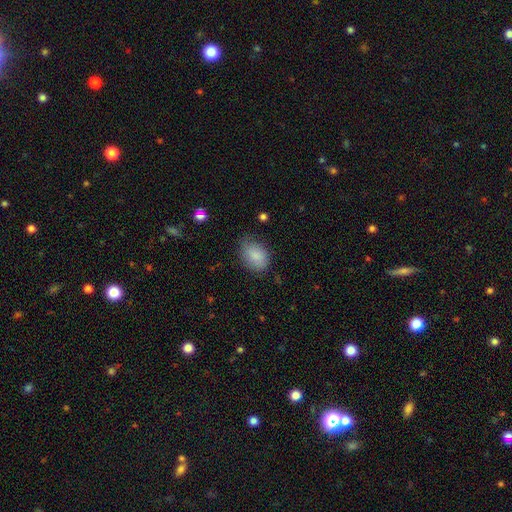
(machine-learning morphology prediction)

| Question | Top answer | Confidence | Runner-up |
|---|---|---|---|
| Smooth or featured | smooth | 84% | featured or disk (9%) |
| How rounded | in between | 73% | round (26%) |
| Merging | none | 60% | minor disturbance (30%) |